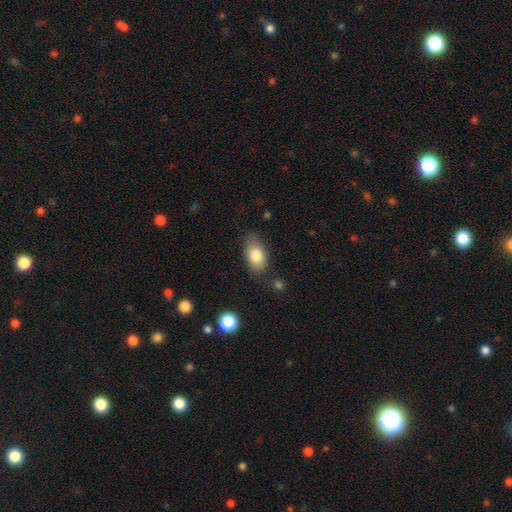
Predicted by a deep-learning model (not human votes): smooth-or-featured: smooth: 83% | featured or disk: 10% | star or artifact: 7%
  how-rounded: in between: 90% | round: 8% | cigar-shaped: 3%
  merging: none: 74% | minor disturbance: 19% | major disturbance: 5% | merger: 3%